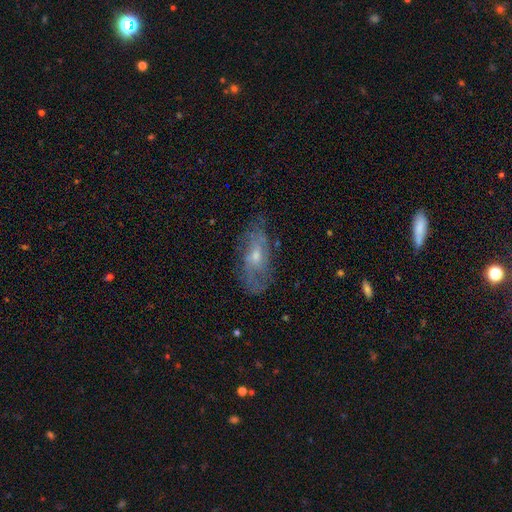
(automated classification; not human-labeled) Overall: featured or disk (63%; smooth 28%). Edge-on disk: no (85%). Bar: no (69%). Spiral arms: yes (73%). Bulge size: moderate (49%; small 45%). Merging: none (67%).